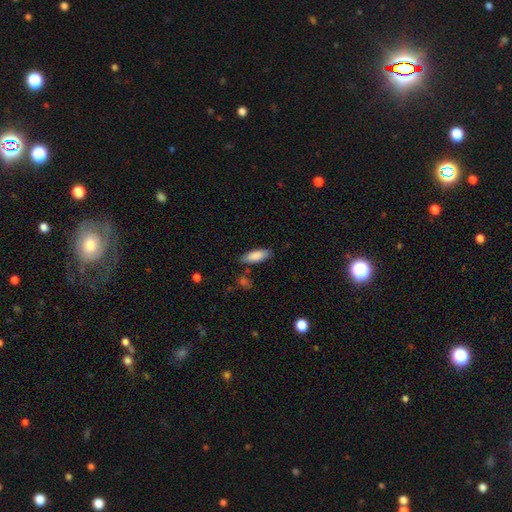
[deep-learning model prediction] A smooth galaxy with no disk features (86%) that is in between round and cigar-shaped (72%). Merging: none (80%).